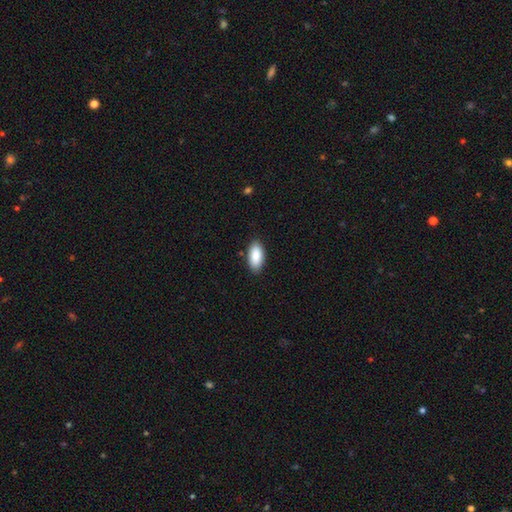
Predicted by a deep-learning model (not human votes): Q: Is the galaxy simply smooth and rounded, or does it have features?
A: smooth — 89%.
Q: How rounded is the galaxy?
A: in between — 92%.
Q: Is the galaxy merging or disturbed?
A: none — 87%.